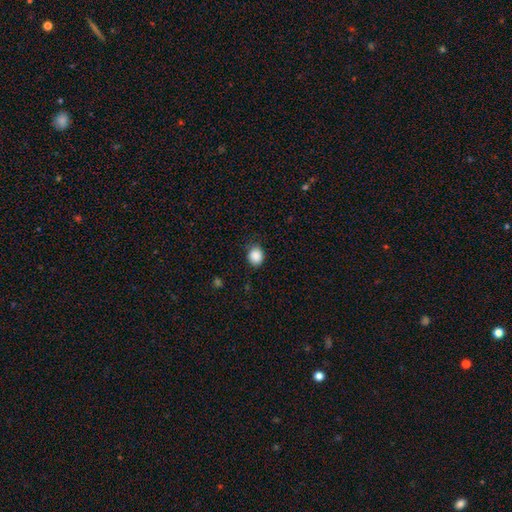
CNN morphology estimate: This appears to be a smooth galaxy with no disk features (88%) that is round (66%). Merging: none (79%).